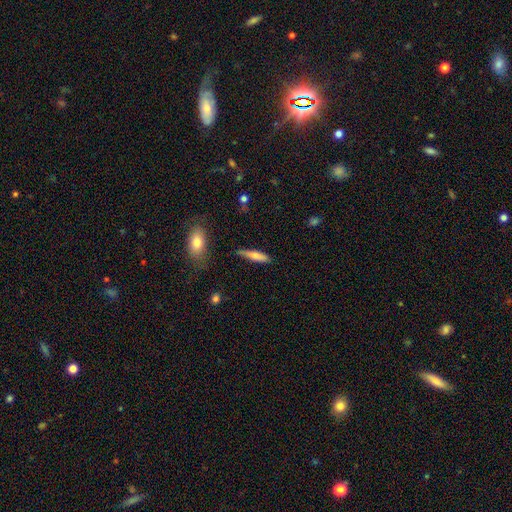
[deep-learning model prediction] Q: Smooth or featured?
A: smooth (69%); runner-up: featured or disk (25%)
Q: How rounded?
A: cigar-shaped (77%); runner-up: in between (21%)
Q: Merging?
A: none (76%); runner-up: minor disturbance (18%)